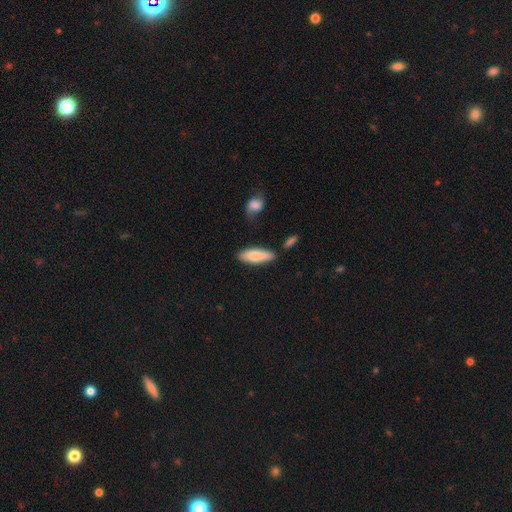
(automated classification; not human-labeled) smooth-or-featured: smooth: 79% | featured or disk: 16% | star or artifact: 6%
  how-rounded: in between: 51% | cigar-shaped: 47% | round: 2%
  merging: none: 74% | minor disturbance: 16% | merger: 6% | major disturbance: 4%